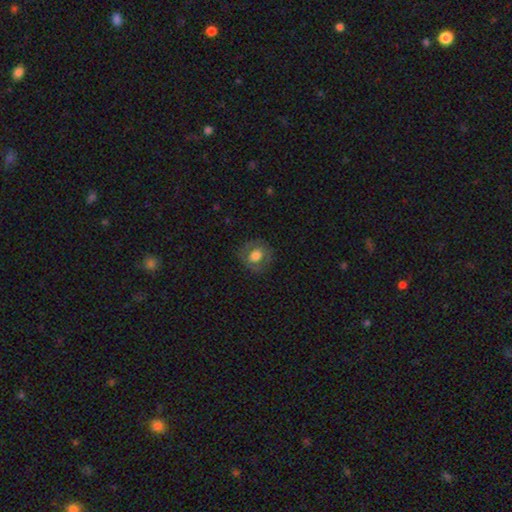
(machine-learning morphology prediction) Q: Smooth or featured?
A: smooth (63%); runner-up: featured or disk (29%)
Q: How rounded?
A: round (76%); runner-up: in between (23%)
Q: Merging?
A: none (80%); runner-up: minor disturbance (13%)